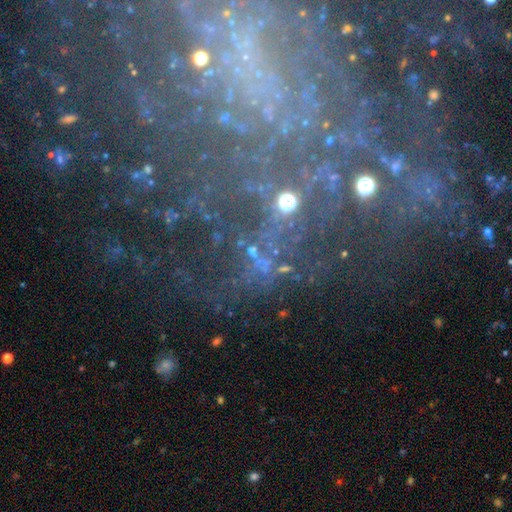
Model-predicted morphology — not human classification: The model was most divided on "smooth or featured": star or artifact: 55%, featured or disk: 31%, smooth: 15%.